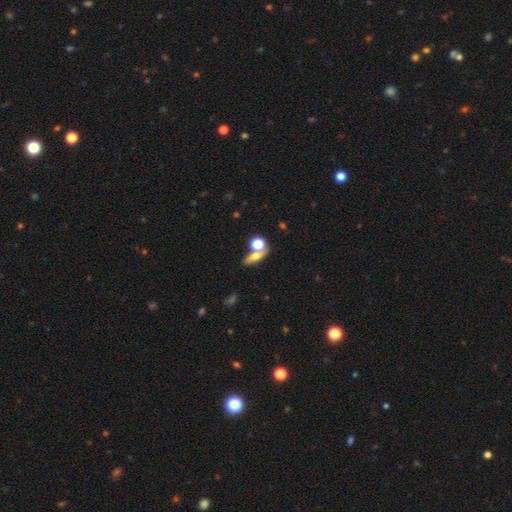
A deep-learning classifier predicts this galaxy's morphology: Q: Smooth or featured?
A: smooth (59%); runner-up: featured or disk (28%)
Q: How rounded?
A: in between (49%); runner-up: round (28%)
Q: Merging?
A: none (49%); runner-up: merger (33%)